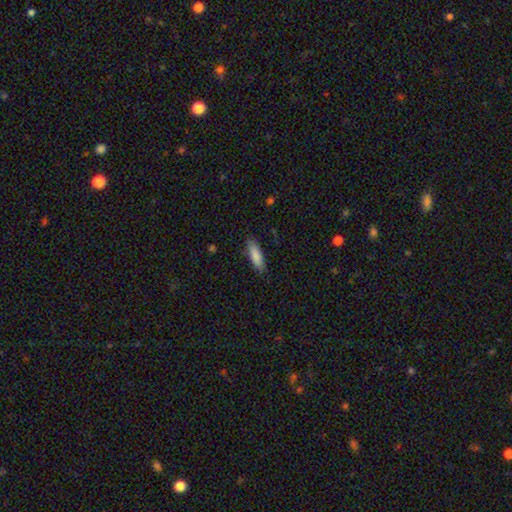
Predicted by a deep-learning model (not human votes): Overall: smooth (86%). How rounded: in between (55%; cigar-shaped 43%). Merging: none (84%).